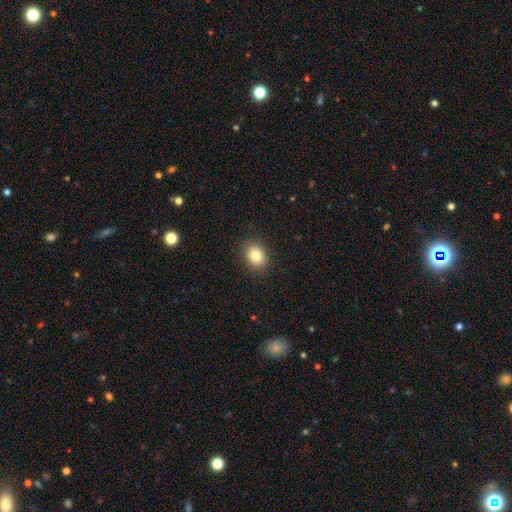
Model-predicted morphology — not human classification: smooth-or-featured: smooth: 82% | star or artifact: 10% | featured or disk: 8%
  how-rounded: in between: 51% | round: 48% | cigar-shaped: 1%
  merging: none: 89% | minor disturbance: 8% | major disturbance: 2% | merger: 1%